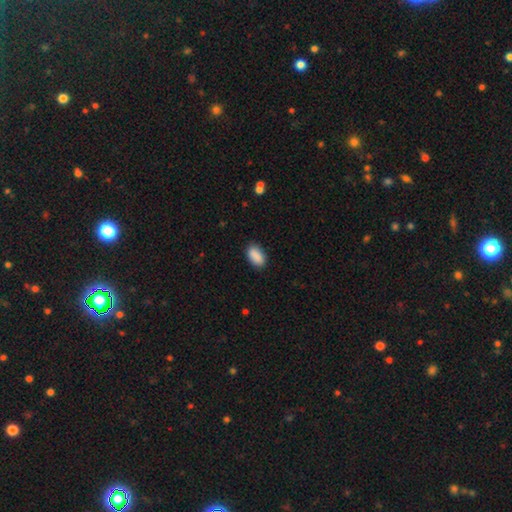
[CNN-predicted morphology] Smooth or featured? Predicted: smooth (p=0.90). How rounded? Predicted: in between (p=0.93). Merging? Predicted: none (p=0.87).